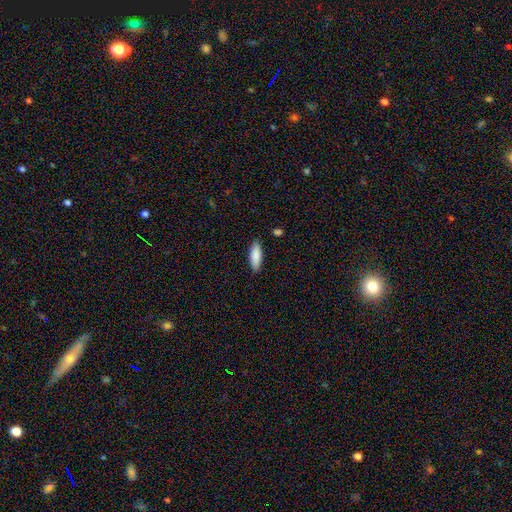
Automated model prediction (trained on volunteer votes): Smooth or featured? Predicted: smooth (p=0.86). How rounded? Predicted: in between (p=0.62). Merging? Predicted: none (p=0.86).